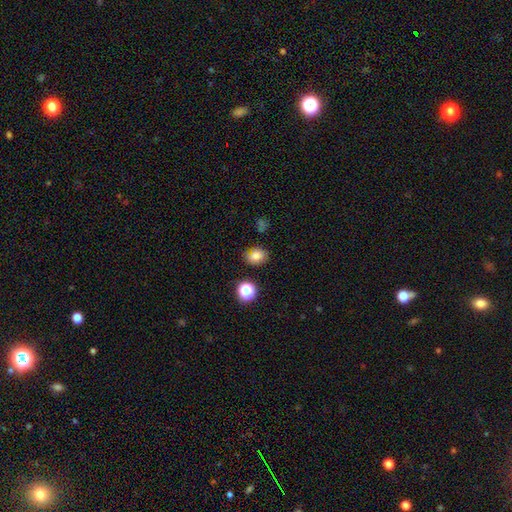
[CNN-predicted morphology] Overall: smooth (77%). How rounded: in between (53%; round 46%). Merging: none (74%).